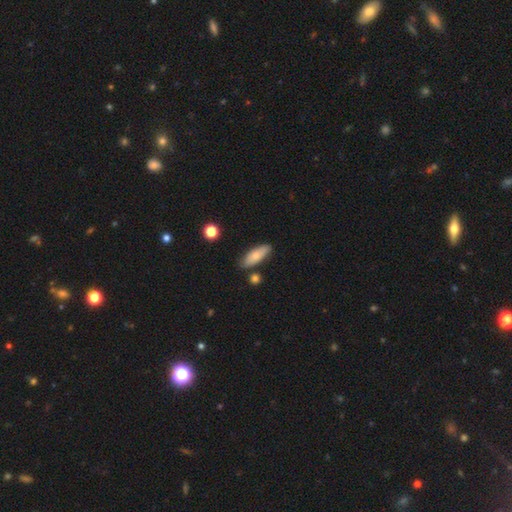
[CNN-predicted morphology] Smooth or featured? Predicted: smooth (p=0.75). How rounded? Predicted: in between (p=0.61). Merging? Predicted: none (p=0.79).